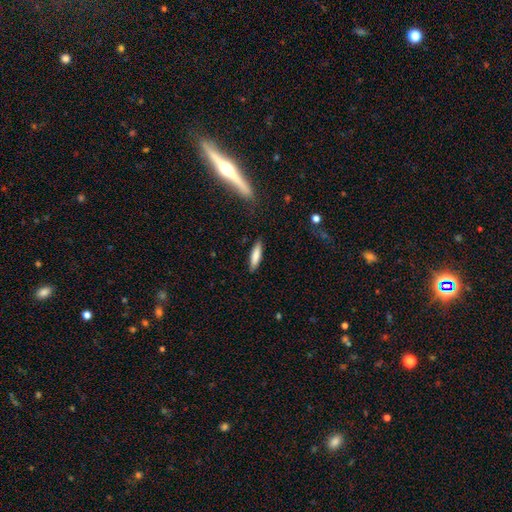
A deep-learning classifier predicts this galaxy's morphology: Q: Smooth or featured?
A: smooth (80%); runner-up: featured or disk (14%)
Q: How rounded?
A: cigar-shaped (70%); runner-up: in between (28%)
Q: Merging?
A: none (86%); runner-up: minor disturbance (10%)